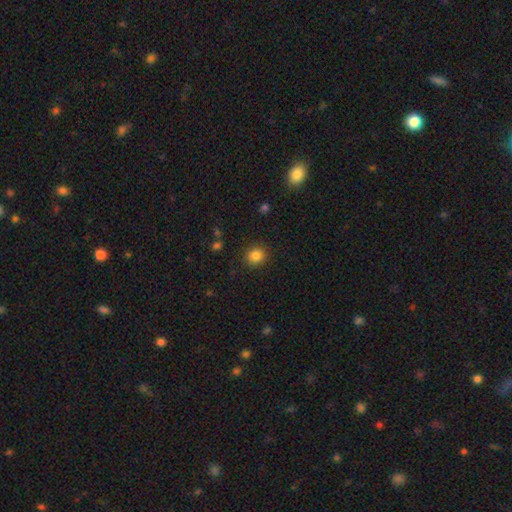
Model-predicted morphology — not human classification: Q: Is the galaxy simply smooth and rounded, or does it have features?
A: smooth — 84%.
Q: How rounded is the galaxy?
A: round — 82%.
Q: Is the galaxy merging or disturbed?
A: none — 89%.